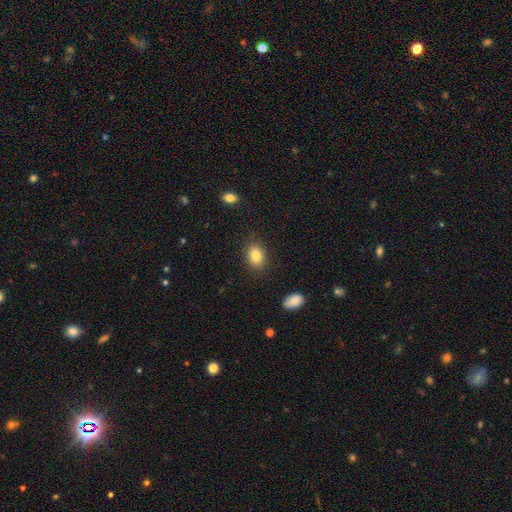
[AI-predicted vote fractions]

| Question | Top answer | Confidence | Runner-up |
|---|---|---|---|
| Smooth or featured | smooth | 83% | star or artifact (9%) |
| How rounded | in between | 74% | round (25%) |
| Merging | none | 85% | minor disturbance (11%) |